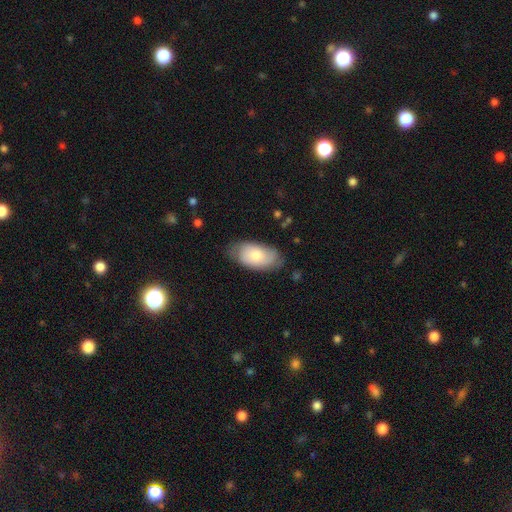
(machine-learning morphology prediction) smooth-or-featured: smooth: 65% | featured or disk: 29% | star or artifact: 6%
  how-rounded: in between: 94% | round: 4% | cigar-shaped: 2%
  merging: none: 71% | minor disturbance: 23% | major disturbance: 5% | merger: 1%